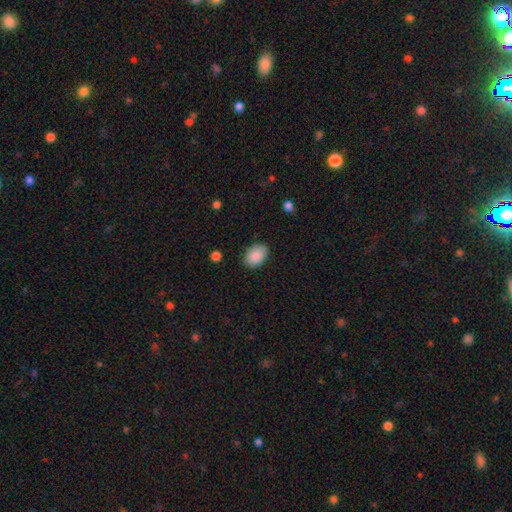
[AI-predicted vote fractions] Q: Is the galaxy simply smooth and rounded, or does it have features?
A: smooth — 89%.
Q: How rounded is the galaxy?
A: in between — 83%.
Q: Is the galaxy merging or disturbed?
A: none — 86%.